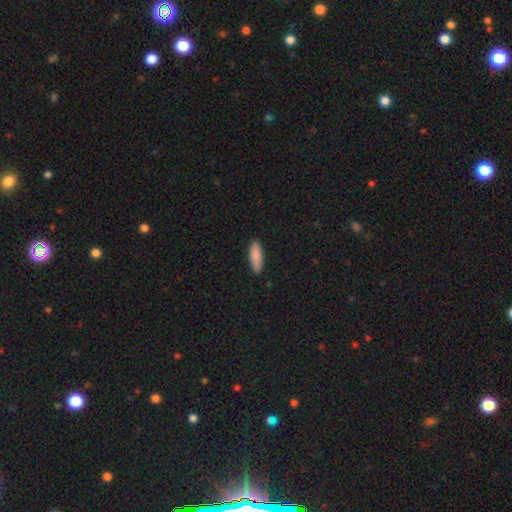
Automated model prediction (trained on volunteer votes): The model was most divided on "how rounded": in between: 64%, cigar-shaped: 34%, round: 2%. More confident: smooth or featured — smooth (89%); merging — none (86%).